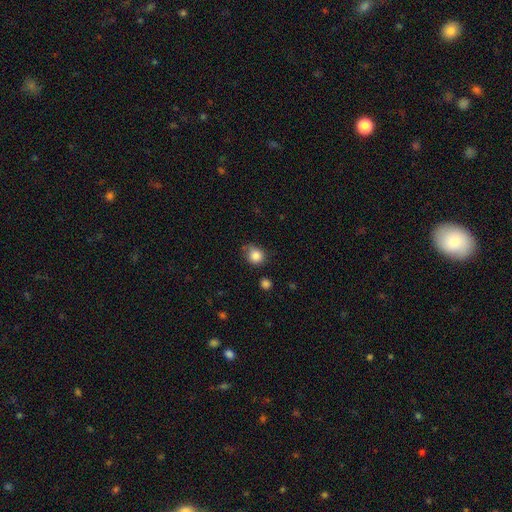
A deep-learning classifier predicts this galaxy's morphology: Smooth or featured?
  - smooth: 84% *
  - star or artifact: 10%
  - featured or disk: 5%
How rounded?
  - round: 78% *
  - in between: 21%
  - cigar-shaped: 1%
Merging?
  - none: 65% *
  - minor disturbance: 25%
  - major disturbance: 5%
  - merger: 4%